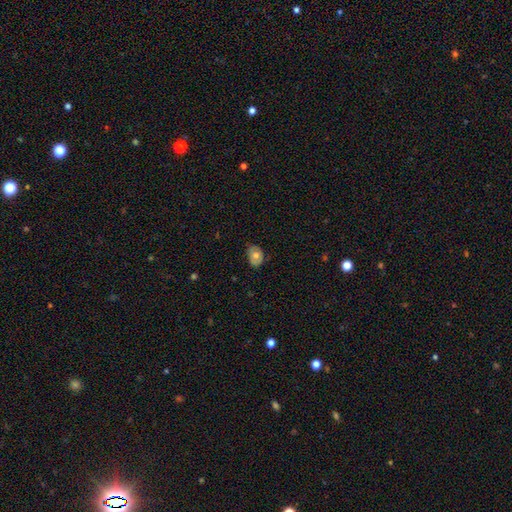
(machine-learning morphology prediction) Q: Smooth or featured?
A: smooth (60%); runner-up: featured or disk (33%)
Q: How rounded?
A: in between (68%); runner-up: round (31%)
Q: Merging?
A: none (74%); runner-up: minor disturbance (20%)